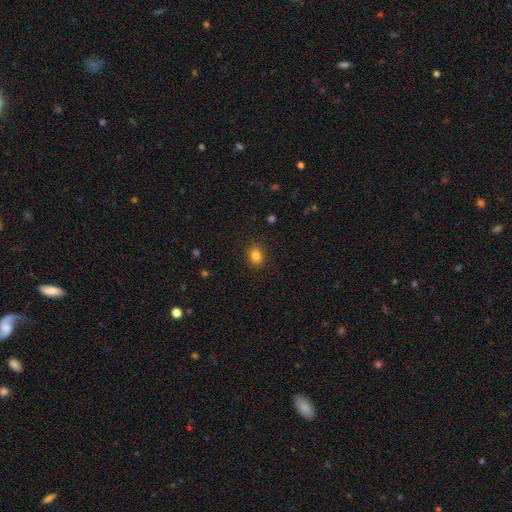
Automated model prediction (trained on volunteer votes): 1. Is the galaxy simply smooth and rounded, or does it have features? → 84% smooth, 12% star or artifact, 5% featured or disk.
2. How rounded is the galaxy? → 61% round, 38% in between, 1% cigar-shaped.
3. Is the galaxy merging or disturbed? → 89% none, 8% minor disturbance, 2% major disturbance, 1% merger.